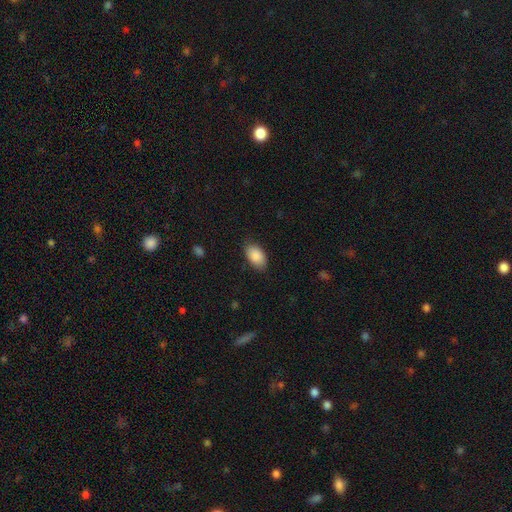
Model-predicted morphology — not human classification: The model was most divided on "merging": none: 82%, minor disturbance: 14%, major disturbance: 3%, merger: 1%. More confident: how rounded — in between (93%); smooth or featured — smooth (88%).